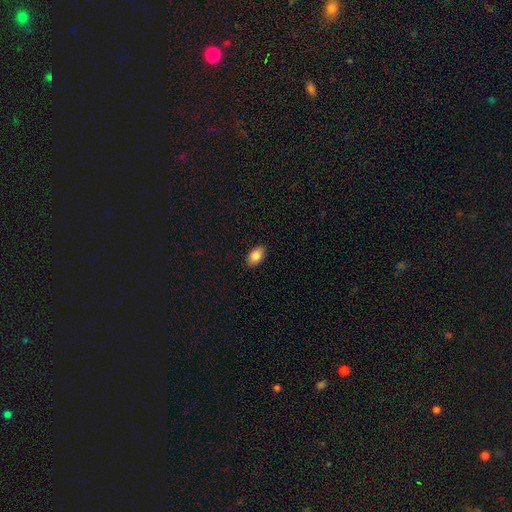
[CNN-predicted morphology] Smooth or featured? smooth (85%)
How rounded? in between (91%)
Merging? none (88%)